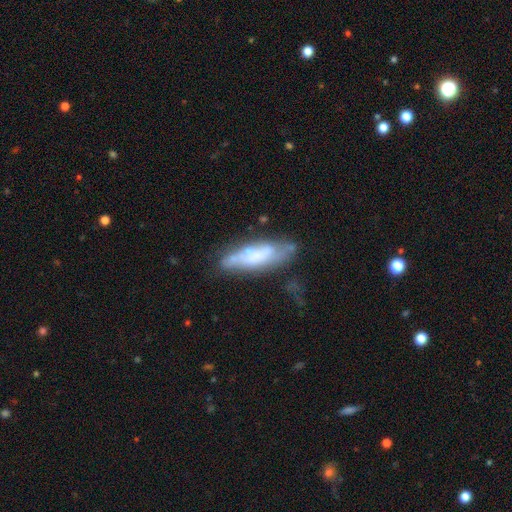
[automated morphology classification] Smooth or featured?
  - featured or disk: 49% *
  - smooth: 43%
  - star or artifact: 8%
Merging?
  - none: 53% *
  - minor disturbance: 25%
  - major disturbance: 13%
  - merger: 9%